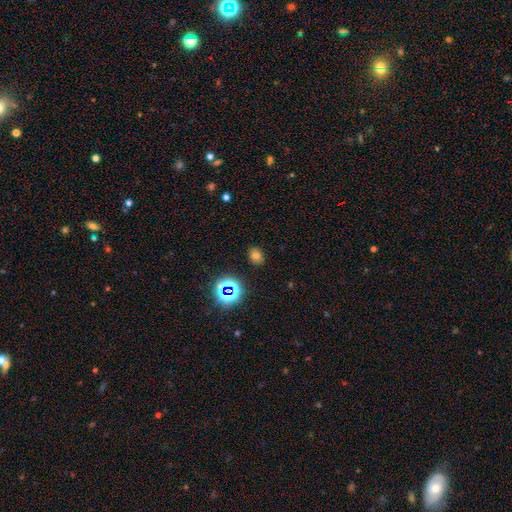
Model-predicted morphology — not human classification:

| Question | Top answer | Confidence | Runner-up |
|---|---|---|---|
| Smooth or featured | smooth | 66% | star or artifact (27%) |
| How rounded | in between | 52% | round (47%) |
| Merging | none | 86% | minor disturbance (10%) |